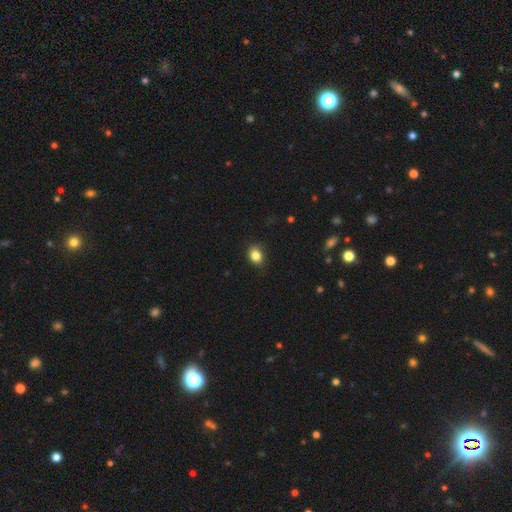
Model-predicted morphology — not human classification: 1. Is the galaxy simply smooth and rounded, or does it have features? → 85% smooth, 10% star or artifact, 5% featured or disk.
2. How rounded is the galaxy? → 57% in between, 42% round, 1% cigar-shaped.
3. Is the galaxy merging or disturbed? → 83% none, 13% minor disturbance, 3% major disturbance, 1% merger.